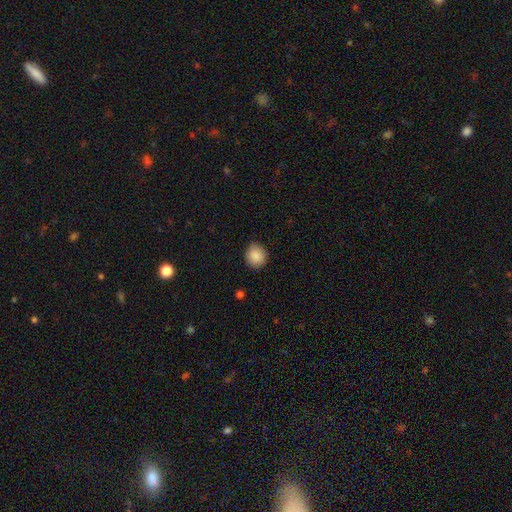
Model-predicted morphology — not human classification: A smooth galaxy with no disk features (89%) that is round (85%).

Vote fractions:
- Smooth or featured? smooth: 89% / star or artifact: 8% / featured or disk: 3%
- How rounded? round: 85% / in between: 14% / cigar-shaped: 1%
- Merging? none: 88% / minor disturbance: 9% / major disturbance: 2% / merger: 1%